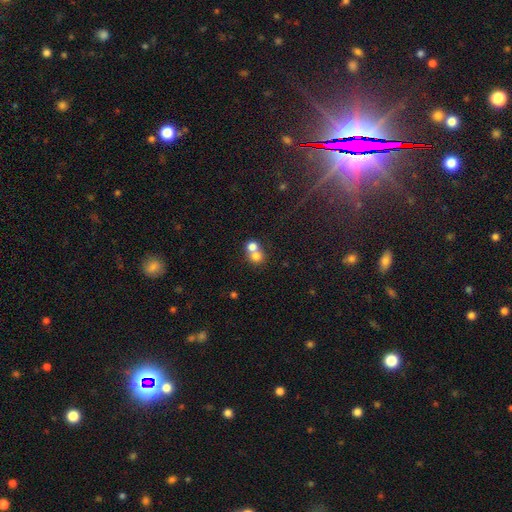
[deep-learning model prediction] smooth 73%, featured or disk 15%, star or artifact 11%. Down the decision tree: how rounded — round (79%); merging — merger (63%).